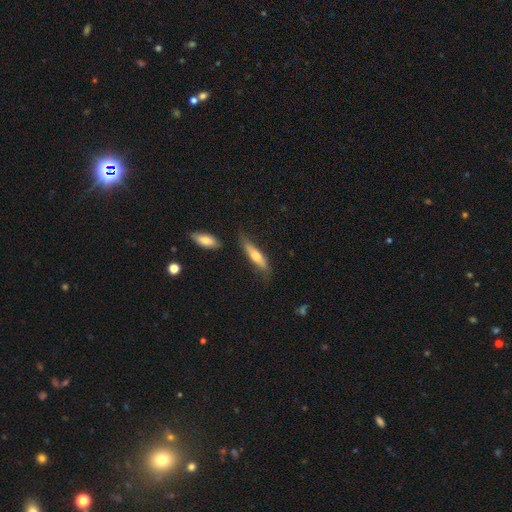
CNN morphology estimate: smooth-or-featured: smooth: 61% | featured or disk: 33% | star or artifact: 6%
  how-rounded: cigar-shaped: 76% | in between: 23% | round: 2%
  merging: none: 71% | minor disturbance: 20% | major disturbance: 5% | merger: 4%